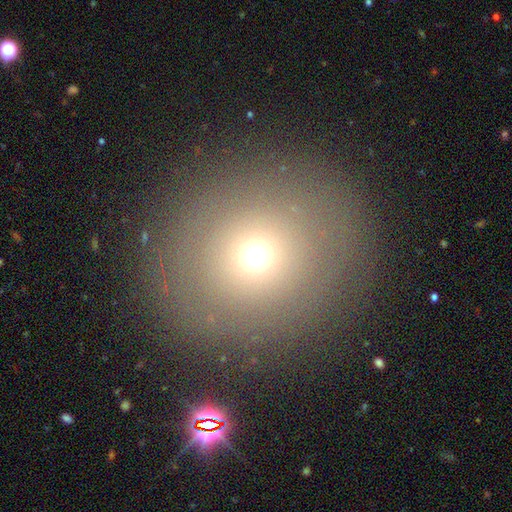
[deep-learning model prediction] Q: Smooth or featured?
A: smooth (66%); runner-up: star or artifact (19%)
Q: How rounded?
A: round (83%); runner-up: in between (16%)
Q: Merging?
A: none (85%); runner-up: minor disturbance (8%)